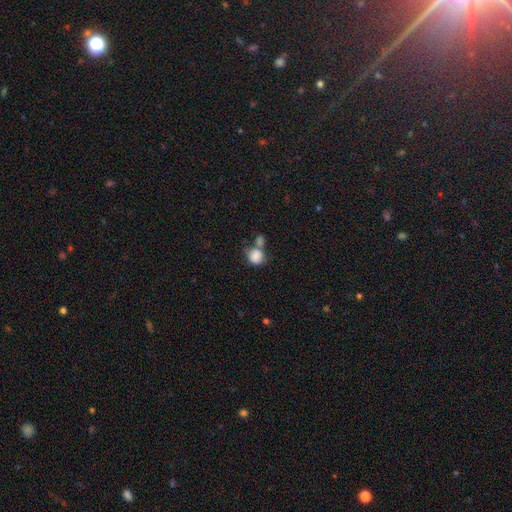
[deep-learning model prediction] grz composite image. It shows a smooth galaxy with no disk features (83%) that is round (75%). Merging: merger (44%).